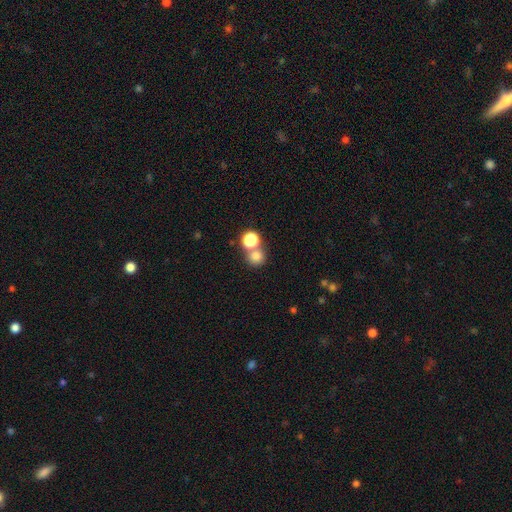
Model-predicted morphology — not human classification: A smooth galaxy with no disk features (76%) that is round (88%). Merging: none (54%).